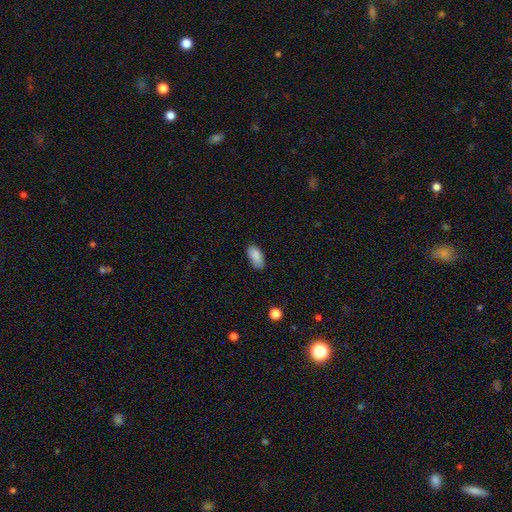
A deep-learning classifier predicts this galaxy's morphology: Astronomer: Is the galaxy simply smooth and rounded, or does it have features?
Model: smooth — 89%.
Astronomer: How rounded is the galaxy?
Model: in between — 93%.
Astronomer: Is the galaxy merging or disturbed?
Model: none — 84%.